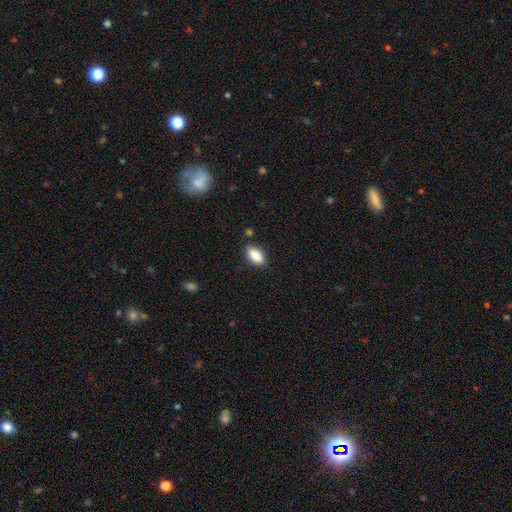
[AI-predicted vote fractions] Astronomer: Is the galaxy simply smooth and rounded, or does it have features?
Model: smooth — 85%.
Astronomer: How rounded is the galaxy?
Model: in between — 88%.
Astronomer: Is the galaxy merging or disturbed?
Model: none — 83%.